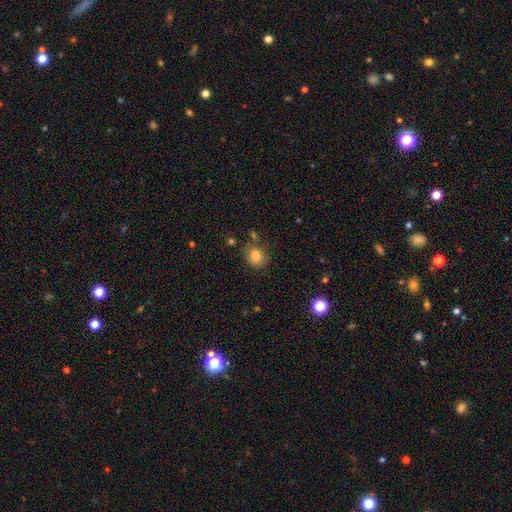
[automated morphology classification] type=smooth (83%); roundness=round (70%); merging=none (71%).